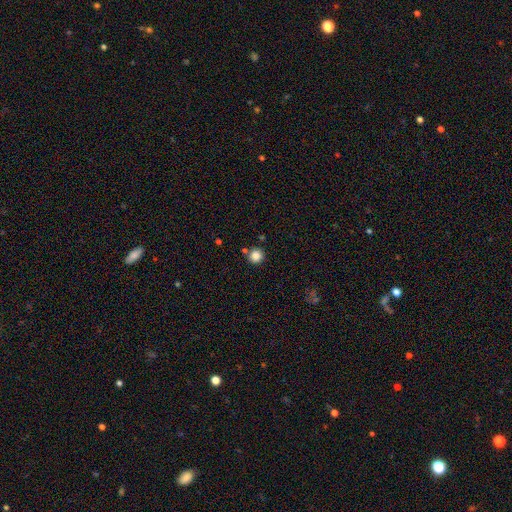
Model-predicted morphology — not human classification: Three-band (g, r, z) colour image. It shows a smooth galaxy with no disk features (85%) that is round (94%). Merging: none (83%).